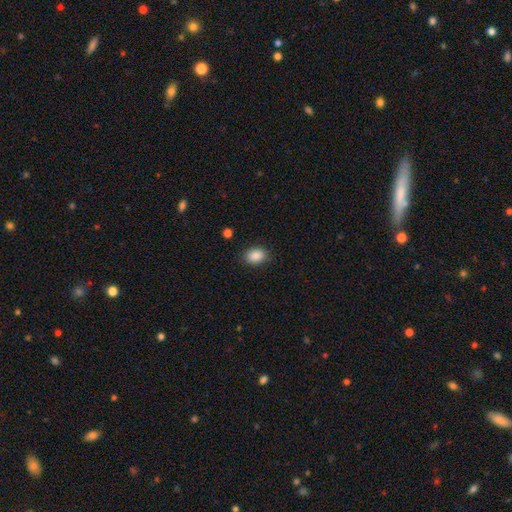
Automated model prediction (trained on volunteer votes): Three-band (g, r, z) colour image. It shows a smooth galaxy with no disk features (88%) that is in between round and cigar-shaped (71%). Merging: none (85%).